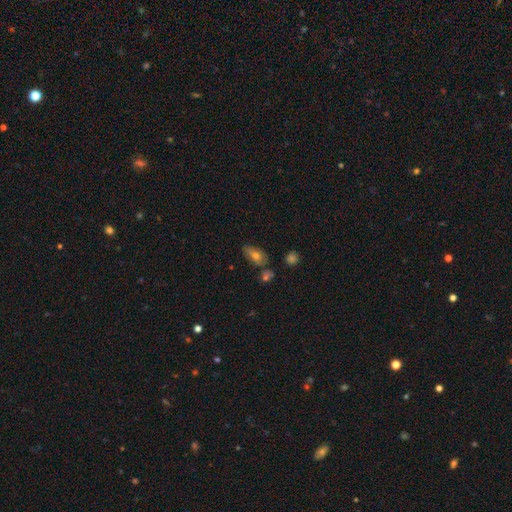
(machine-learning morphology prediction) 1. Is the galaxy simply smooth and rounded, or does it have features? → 63% smooth, 24% featured or disk, 12% star or artifact.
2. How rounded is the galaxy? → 83% in between, 9% cigar-shaped, 8% round.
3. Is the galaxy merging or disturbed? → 66% none, 18% minor disturbance, 11% merger, 5% major disturbance.